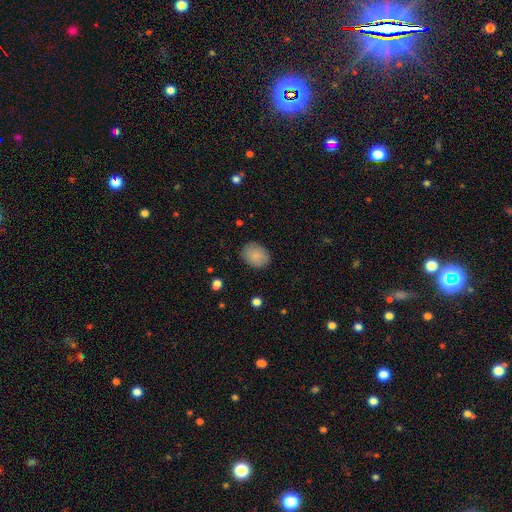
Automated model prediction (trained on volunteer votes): Morphology: type=smooth (87%); roundness=in between (67%); merging=none (86%).